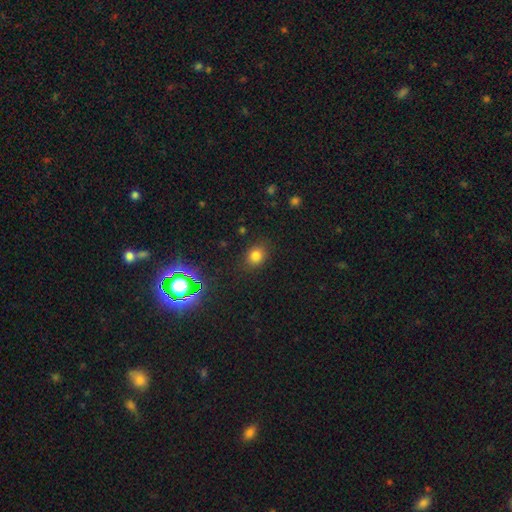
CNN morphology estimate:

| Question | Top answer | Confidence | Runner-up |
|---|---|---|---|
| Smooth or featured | smooth | 76% | star or artifact (17%) |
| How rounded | round | 62% | in between (37%) |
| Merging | none | 84% | minor disturbance (11%) |